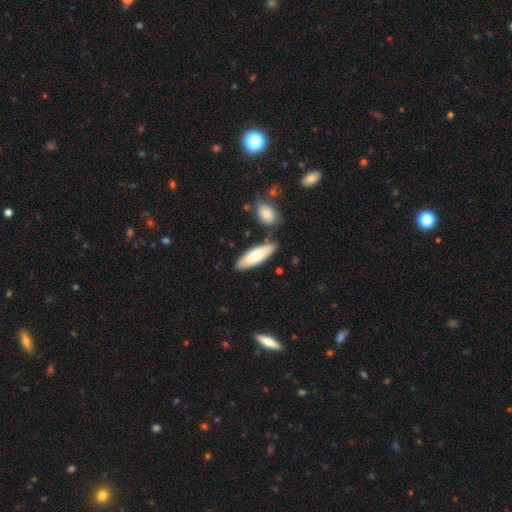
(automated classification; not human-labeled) Overall: smooth (71%). How rounded: in between (54%; cigar-shaped 44%). Merging: none (76%).